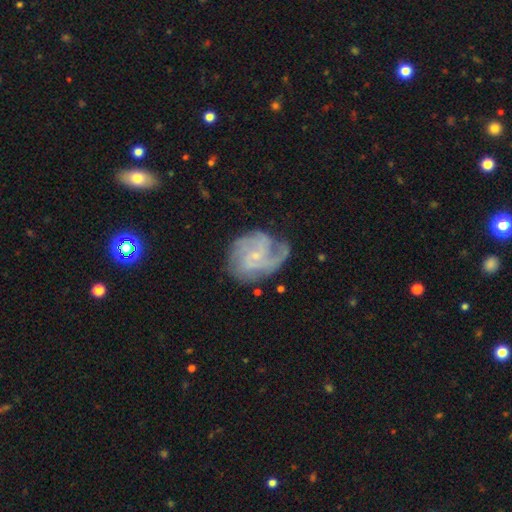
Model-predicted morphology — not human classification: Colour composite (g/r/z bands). It shows a featured or disk galaxy (84%) with no bar (57%), 3 (27%) medium (43%) spiral arms (95%) and a small central bulge (78%). Merging: none (59%).